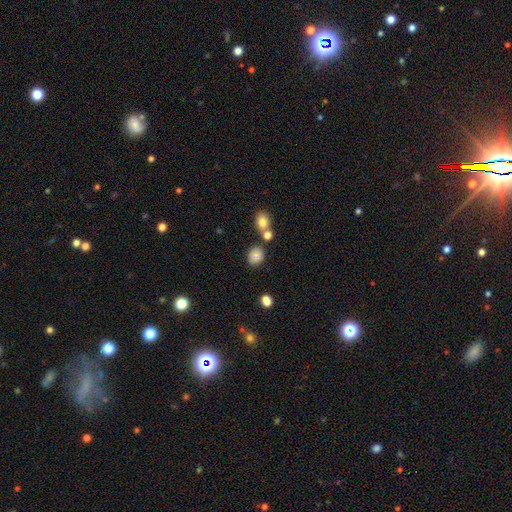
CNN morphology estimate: This is clearly a smooth galaxy (80%). How rounded: likely round (68%). Merging: likely none (74%).